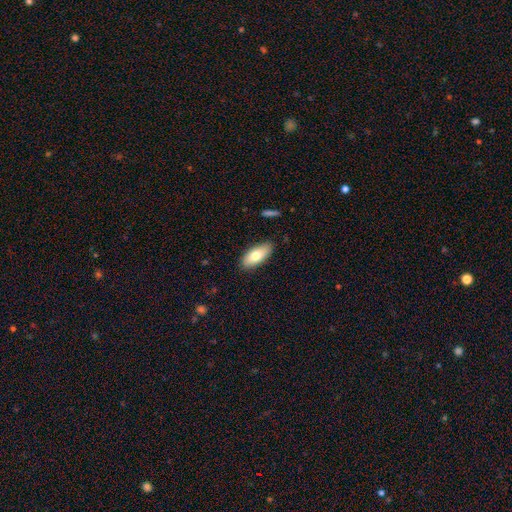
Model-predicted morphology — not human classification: smooth-or-featured: smooth: 74% | featured or disk: 20% | star or artifact: 6%
  how-rounded: in between: 86% | cigar-shaped: 11% | round: 2%
  merging: none: 86% | minor disturbance: 11% | major disturbance: 2% | merger: 1%